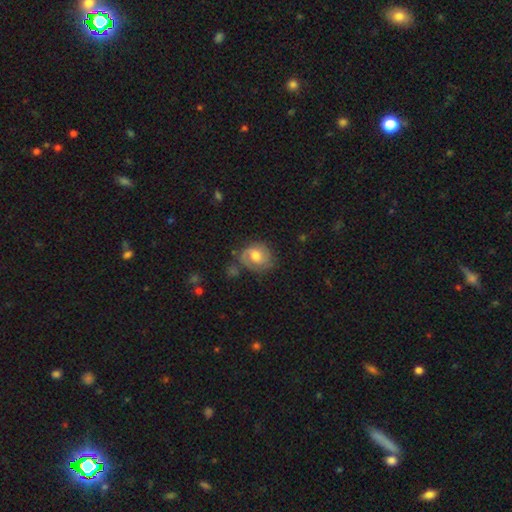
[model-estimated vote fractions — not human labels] This appears to be a featured or disk galaxy (55%) with no bar (55%), spiral arms (82%) and a moderate central bulge (65%). Merging: none (59%).